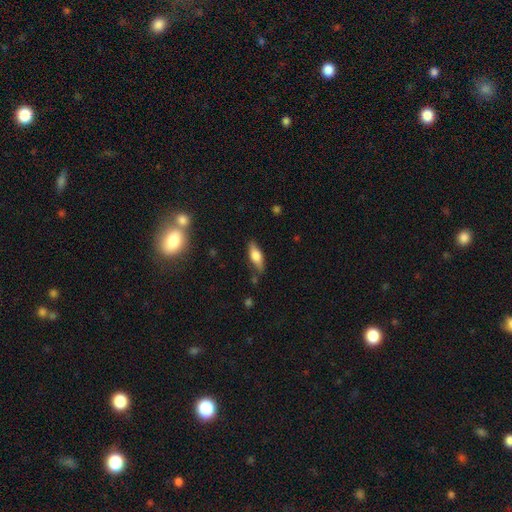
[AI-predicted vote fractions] smooth 63%, featured or disk 30%, star or artifact 7%. Down the decision tree: how rounded — in between (63%); merging — none (78%).